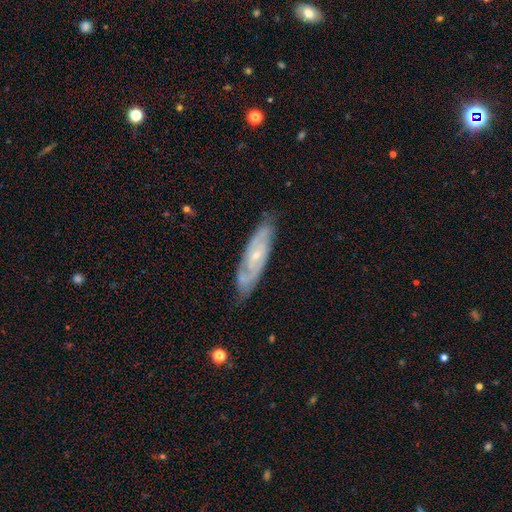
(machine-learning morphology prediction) This is likely a featured or disk galaxy (77%). It is likely not viewed edge-on (79%). Bar: possibly no (60%). Spiral arm pattern: clearly yes (89%). Spiral arm count: possibly 2 (51%). Spiral winding: possibly tight (56%). Central bulge: likely small (74%). Merging: likely none (77%).